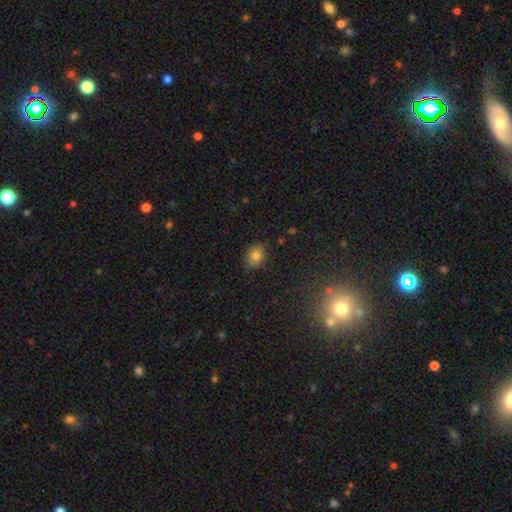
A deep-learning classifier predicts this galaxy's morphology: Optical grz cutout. It shows a smooth galaxy with no disk features (79%) that is round (56%). Merging: none (81%).